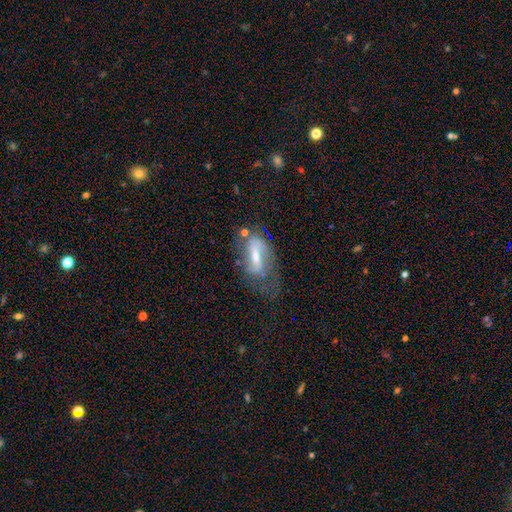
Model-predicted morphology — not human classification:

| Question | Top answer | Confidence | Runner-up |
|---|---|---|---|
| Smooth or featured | featured or disk | 67% | smooth (24%) |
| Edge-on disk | no | 88% | yes (12%) |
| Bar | weak | 41% | strong (39%) |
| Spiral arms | yes | 75% | no (25%) |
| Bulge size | moderate | 45% | tied: small (45%) |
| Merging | none | 42% | major disturbance (28%) |